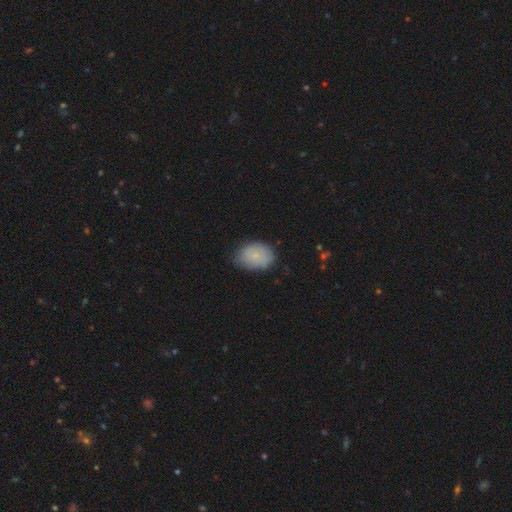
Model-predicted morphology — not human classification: A smooth galaxy with no disk features (80%) that is in between round and cigar-shaped (80%). Merging: none (69%).